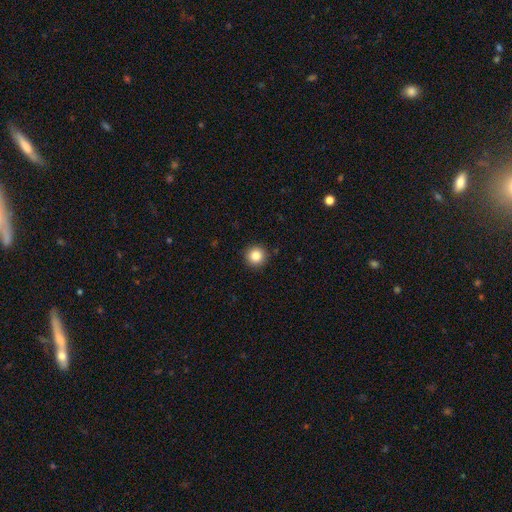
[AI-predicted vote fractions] Overall: smooth (85%). How rounded: round (96%). Merging: none (92%).